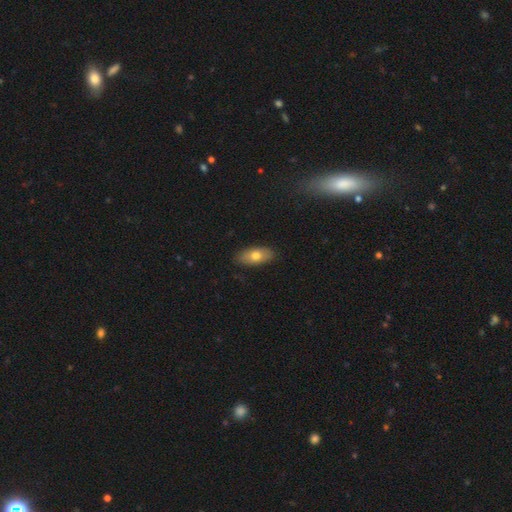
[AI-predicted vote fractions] Smooth or featured? Predicted: smooth (p=0.73). How rounded? Predicted: in between (p=0.87). Merging? Predicted: none (p=0.86).